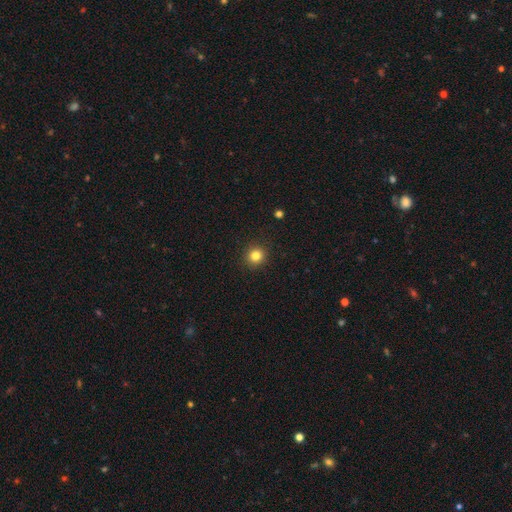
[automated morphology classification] Overall: smooth (83%). How rounded: round (93%). Merging: none (92%).